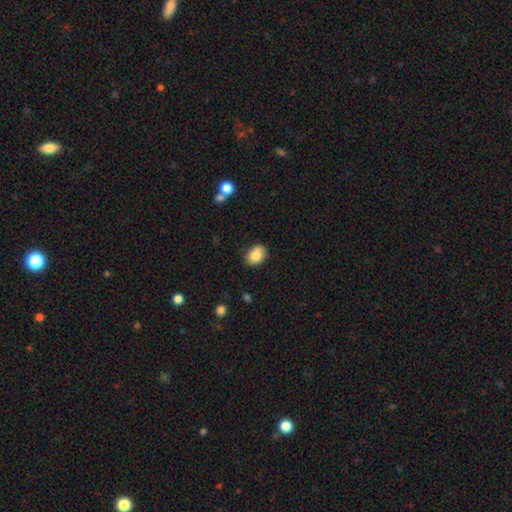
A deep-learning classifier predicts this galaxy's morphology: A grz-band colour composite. It shows a smooth galaxy with no disk features (83%) that is in between round and cigar-shaped (71%). Merging: none (78%).